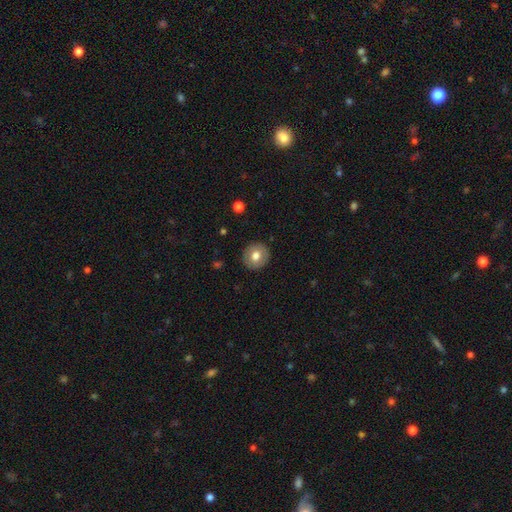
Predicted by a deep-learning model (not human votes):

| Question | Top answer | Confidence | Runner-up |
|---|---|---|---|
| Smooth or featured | smooth | 71% | featured or disk (22%) |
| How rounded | round | 91% | in between (8%) |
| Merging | none | 91% | minor disturbance (6%) |